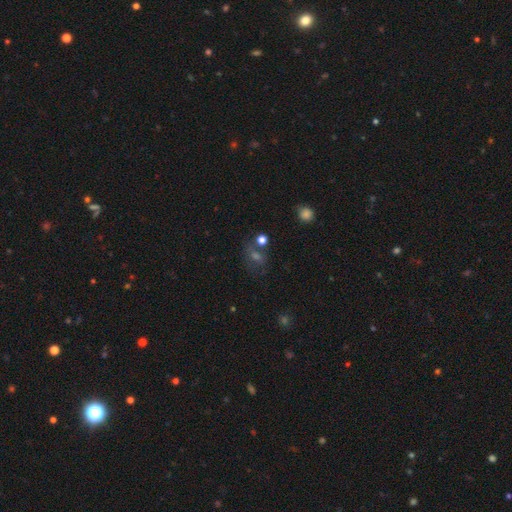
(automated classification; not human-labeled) A smooth galaxy with no disk features (39%).

Vote fractions:
- Smooth or featured? smooth: 39% / star or artifact: 37% / featured or disk: 24%
- Merging? none: 63% / minor disturbance: 15% / merger: 13% / major disturbance: 10%